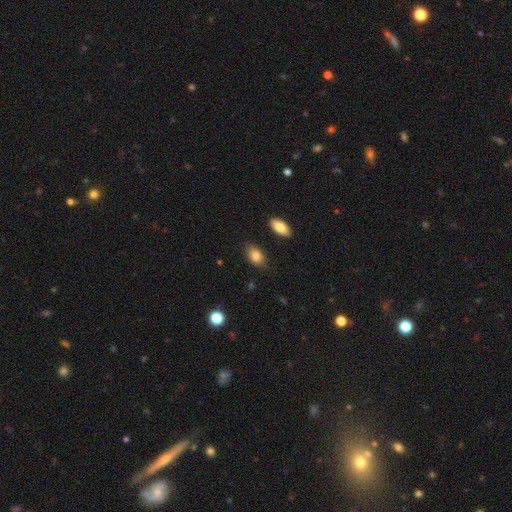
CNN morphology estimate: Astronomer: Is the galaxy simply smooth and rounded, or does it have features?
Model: smooth — 83%.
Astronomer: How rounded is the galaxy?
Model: in between — 87%.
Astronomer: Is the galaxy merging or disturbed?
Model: none — 82%.